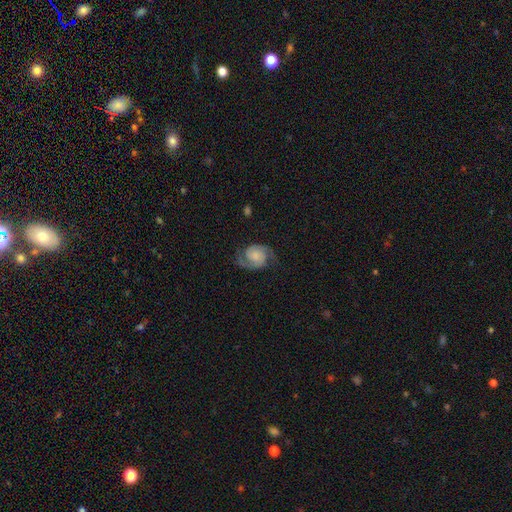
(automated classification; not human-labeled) Smooth or featured: featured or disk — 86% (smooth — 8%)
Edge-on disk: no — 98% (yes — 2%)
Bar: no — 70% (weak — 25%)
Spiral arms: yes — 98% (no — 2%)
Spiral winding: medium — 52% (tight — 31%)
Spiral arm count: 2 — 93% (can't tell — 2%)
Bulge size: none — 35% (small — 29%)
Merging: none — 77% (minor disturbance — 15%)